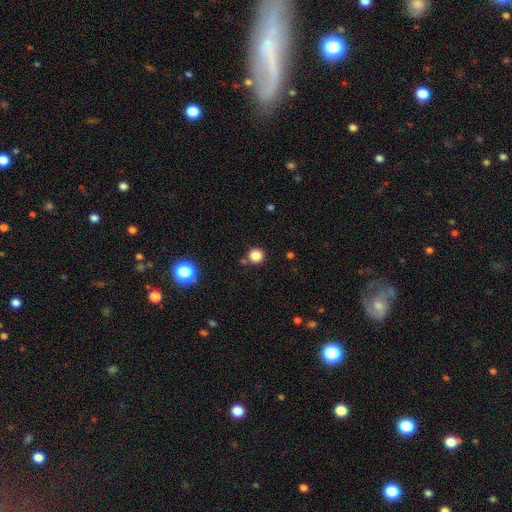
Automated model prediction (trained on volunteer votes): Smooth or featured? Predicted: smooth (p=0.84). How rounded? Predicted: round (p=0.95). Merging? Predicted: none (p=0.84).